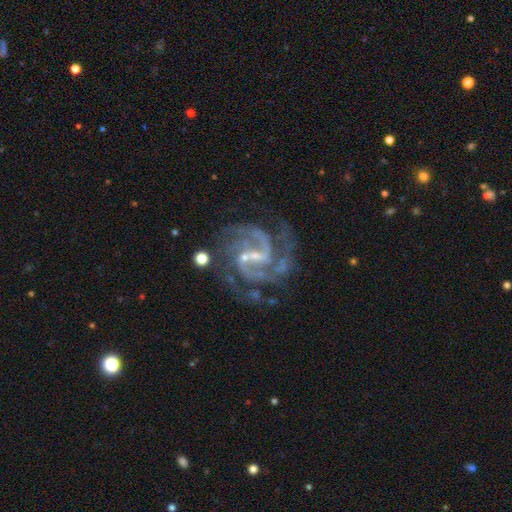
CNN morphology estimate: smooth-or-featured: featured or disk: 92% | star or artifact: 6% | smooth: 3%
  disk-edge-on: no: 98% | yes: 2%
    bar: weak: 46% | strong: 39% | no: 15%
    has-spiral-arms: yes: 98% | no: 2%
      spiral-winding: medium: 59% | tight: 31% | loose: 10%
      spiral-arm-count: 2: 50% | 3: 27% | 4: 8% | can't tell: 7% | 1: 4% | more than 4: 4%
    bulge-size: small: 69% | moderate: 16% | none: 13% | large: 1% | dominant: 1%
  merging: none: 64% | minor disturbance: 17% | major disturbance: 13% | merger: 6%